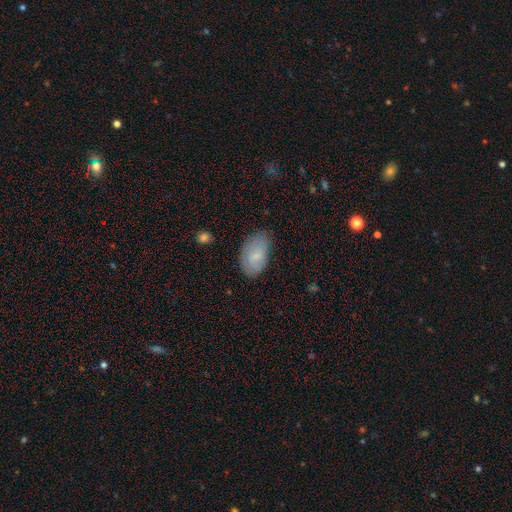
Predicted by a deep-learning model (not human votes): smooth-or-featured: smooth: 71% | featured or disk: 22% | star or artifact: 7%
  how-rounded: in between: 93% | round: 5% | cigar-shaped: 2%
  merging: none: 73% | minor disturbance: 22% | major disturbance: 4% | merger: 1%